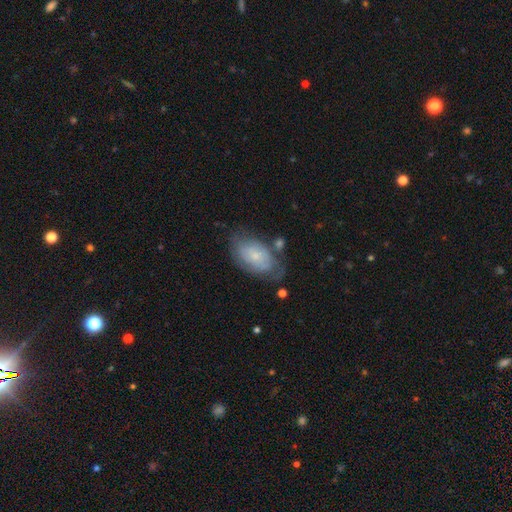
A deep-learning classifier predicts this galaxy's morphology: Smooth or featured?
  - featured or disk: 50% *
  - smooth: 43%
  - star or artifact: 7%
Merging?
  - none: 54% *
  - minor disturbance: 27%
  - major disturbance: 13%
  - merger: 6%